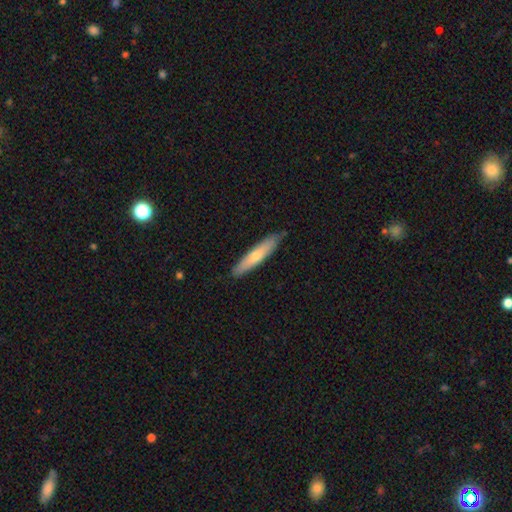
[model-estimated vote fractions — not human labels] smooth-or-featured: smooth: 58% | featured or disk: 37% | star or artifact: 5%
  how-rounded: cigar-shaped: 88% | in between: 11% | round: 1%
  merging: none: 86% | minor disturbance: 11% | major disturbance: 2% | merger: 1%